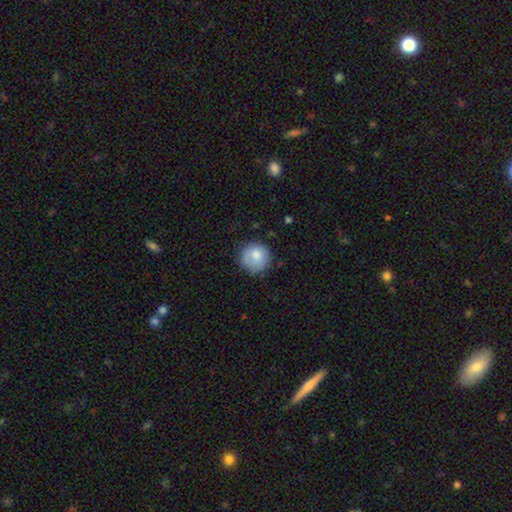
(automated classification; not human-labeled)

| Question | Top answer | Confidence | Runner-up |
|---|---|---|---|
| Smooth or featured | smooth | 79% | featured or disk (14%) |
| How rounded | round | 93% | in between (6%) |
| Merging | none | 76% | minor disturbance (18%) |